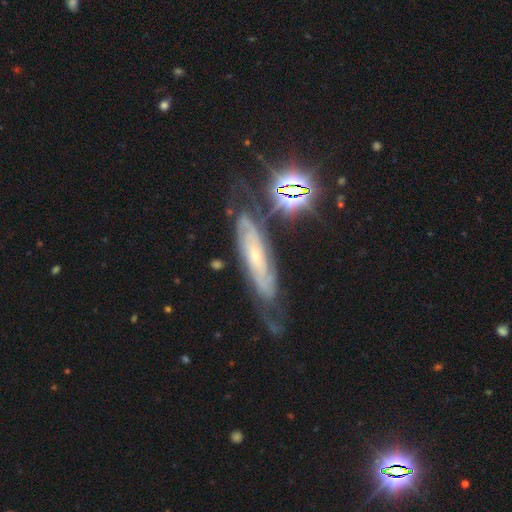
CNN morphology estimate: A featured or disk galaxy (77%) with no bar (65%), tight (66%) spiral arms (92%) and a small central bulge (77%).

Vote fractions:
- Smooth or featured? featured or disk: 77% / star or artifact: 12% / smooth: 11%
- Edge-on disk? no: 77% / yes: 23%
- Bar? no: 65% / weak: 24% / strong: 11%
- Spiral arms? yes: 92% / no: 8%
- Spiral winding? tight: 66% / medium: 27% / loose: 7%
- Spiral arm count? can't tell: 47% / 2: 34% / 3: 8% / 4: 4% / 1: 4% / more than 4: 4%
- Bulge size? small: 77% / moderate: 19% / none: 2% / large: 1% / dominant: 1%
- Merging? none: 62% / minor disturbance: 23% / major disturbance: 11% / merger: 4%